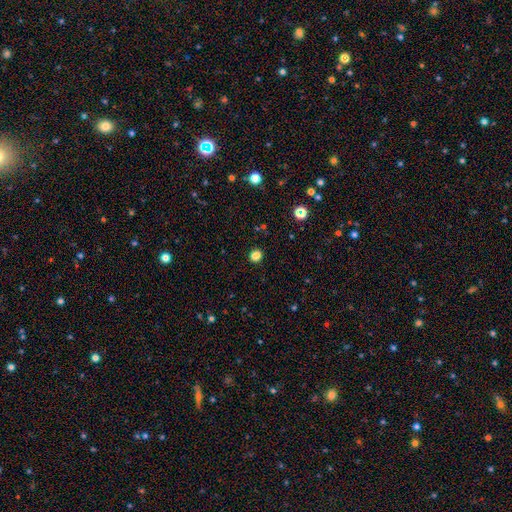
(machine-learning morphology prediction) smooth_or_featured: smooth (p=0.81) [alt: star or artifact p=0.15]
how_rounded: round (p=0.73) [alt: in between p=0.26]
merging: none (p=0.90) [alt: minor disturbance p=0.07]